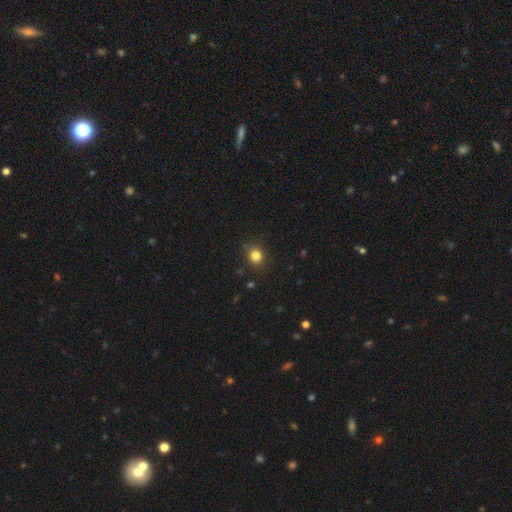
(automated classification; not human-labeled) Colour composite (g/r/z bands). It shows a smooth galaxy with no disk features (82%) that is round (78%). Merging: none (83%).